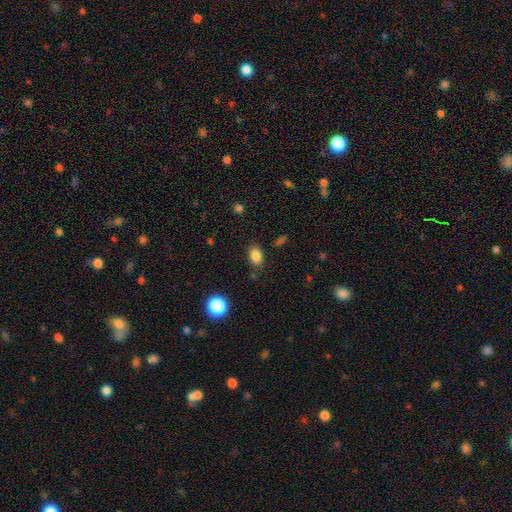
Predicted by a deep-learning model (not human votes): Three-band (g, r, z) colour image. It shows a smooth galaxy with no disk features (84%) that is in between round and cigar-shaped (75%). Merging: none (78%).